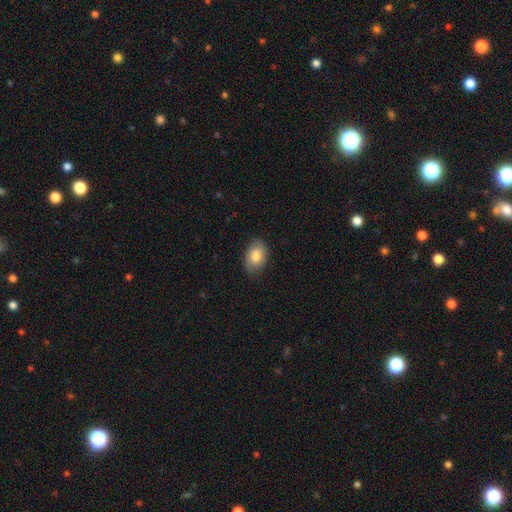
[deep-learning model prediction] This appears to be a smooth galaxy with no disk features (81%) that is in between round and cigar-shaped (86%). Merging: none (80%).